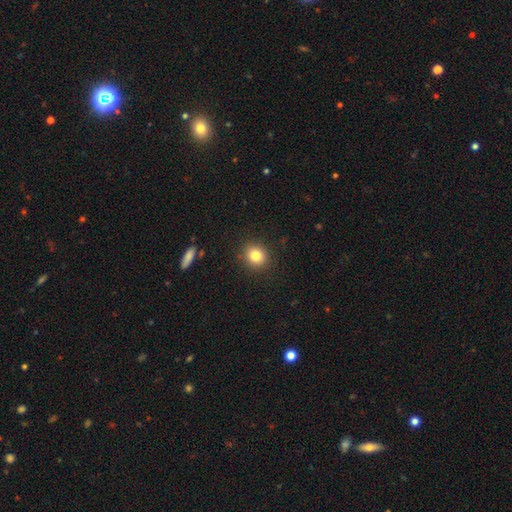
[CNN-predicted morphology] Smooth or featured? smooth (82%)
How rounded? round (82%)
Merging? none (90%)